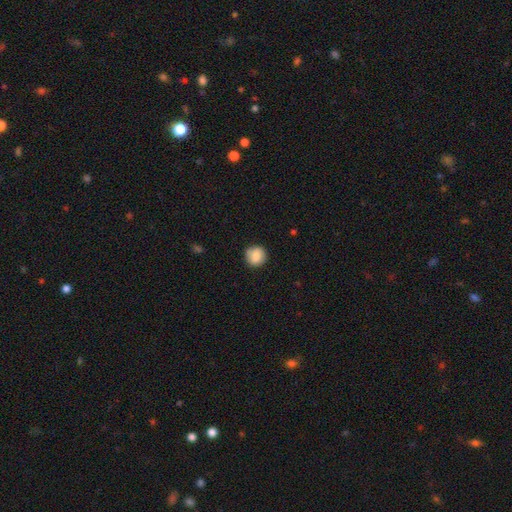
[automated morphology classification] type=smooth (83%); roundness=round (90%); merging=none (83%).